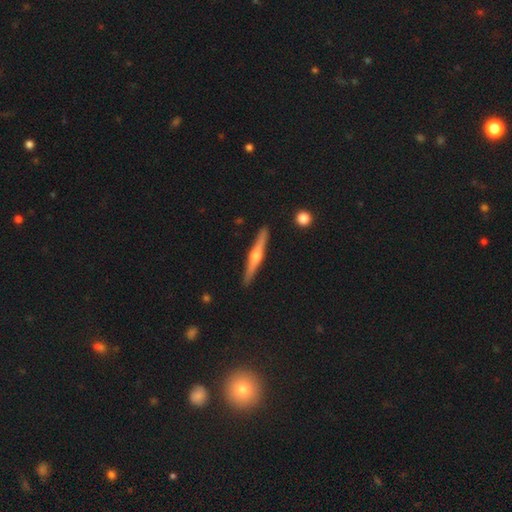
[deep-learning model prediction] featured or disk 73%, smooth 22%, star or artifact 5%. Down the decision tree: edge-on disk — yes (98%); edge-on bulge — rounded (92%); merging — none (91%).